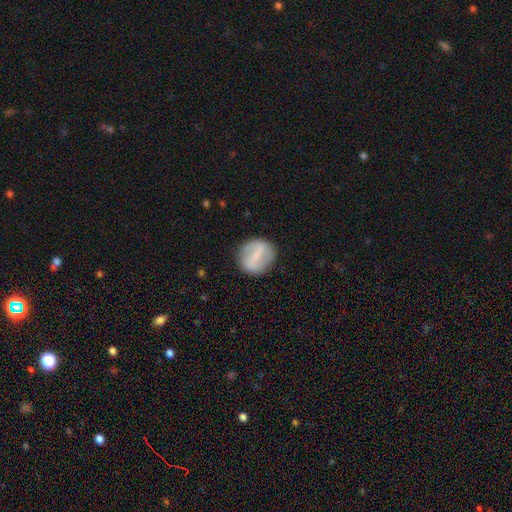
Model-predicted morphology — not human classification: A featured or disk galaxy (49%). Merging: none (84%).